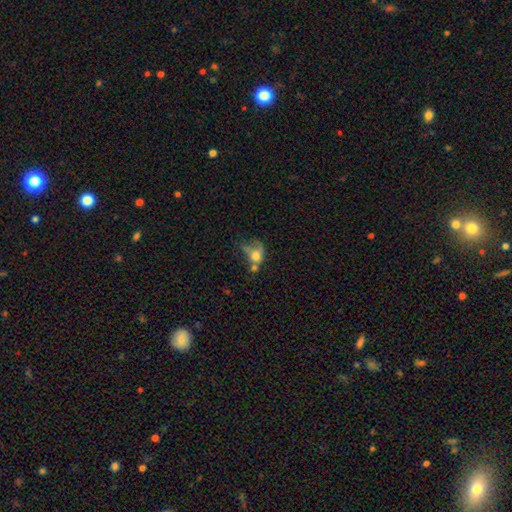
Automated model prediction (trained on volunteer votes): Smooth or featured?
  - smooth: 62% *
  - featured or disk: 26%
  - star or artifact: 11%
How rounded?
  - in between: 54% *
  - round: 44%
  - cigar-shaped: 2%
Merging?
  - major disturbance: 32% *
  - merger: 31%
  - none: 20%
  - minor disturbance: 17%